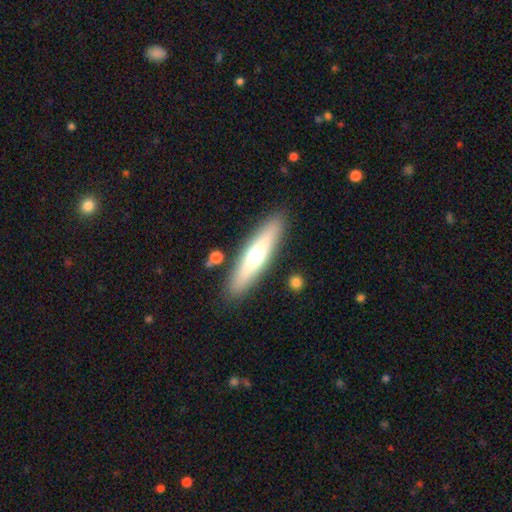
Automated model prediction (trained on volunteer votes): A smooth galaxy with no disk features (49%). Merging: none (88%).